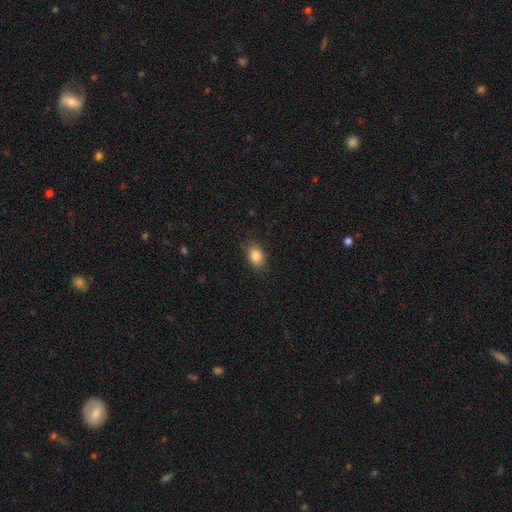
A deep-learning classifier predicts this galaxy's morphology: This appears to be a smooth galaxy with no disk features (85%) that is in between round and cigar-shaped (77%). Merging: none (83%).